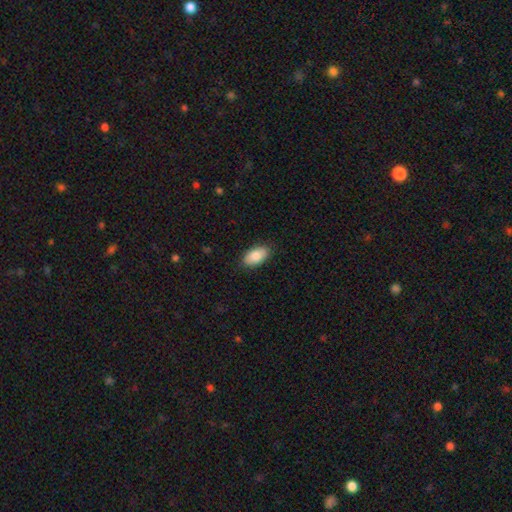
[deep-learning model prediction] Q: Smooth or featured?
A: smooth (86%); runner-up: featured or disk (7%)
Q: How rounded?
A: in between (94%); runner-up: round (4%)
Q: Merging?
A: none (87%); runner-up: minor disturbance (10%)